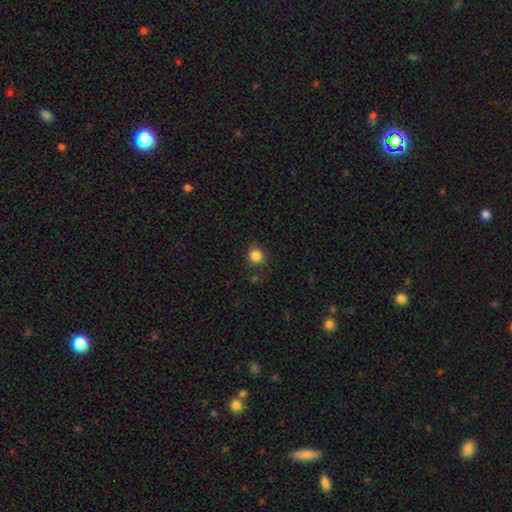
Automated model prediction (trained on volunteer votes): A smooth galaxy with no disk features (85%) that is round (91%).

Vote fractions:
- Smooth or featured? smooth: 85% / star or artifact: 11% / featured or disk: 4%
- How rounded? round: 91% / in between: 8% / cigar-shaped: 1%
- Merging? none: 85% / minor disturbance: 10% / major disturbance: 3% / merger: 2%